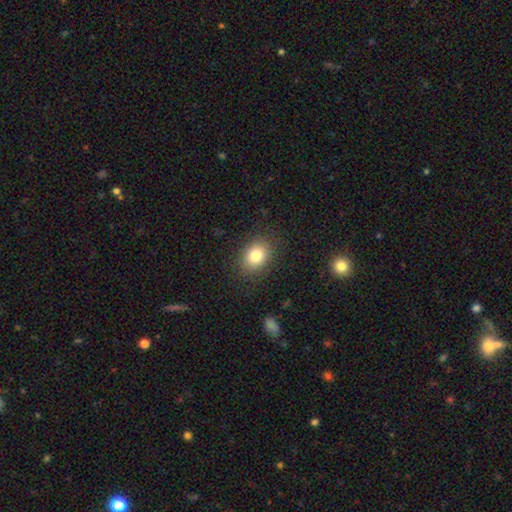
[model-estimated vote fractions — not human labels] A smooth galaxy with no disk features (82%) that is in between round and cigar-shaped (64%). Merging: none (85%).